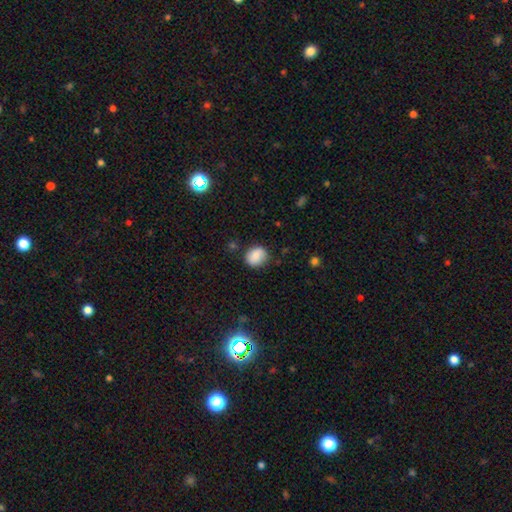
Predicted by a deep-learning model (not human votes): This is clearly a smooth galaxy (81%). How rounded: likely round (72%). Merging: likely none (78%).